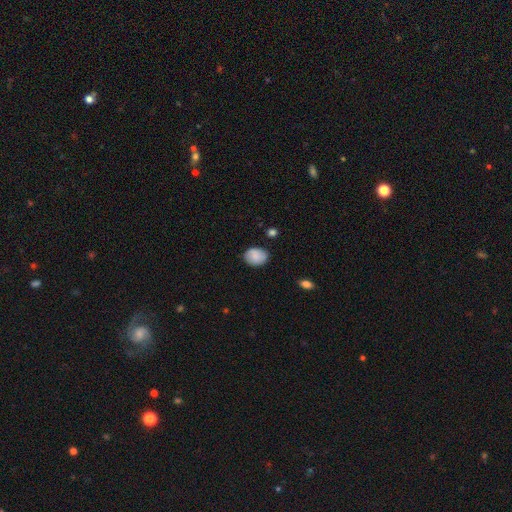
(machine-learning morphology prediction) This is clearly a smooth galaxy (85%). How rounded: possibly in between (57%). Merging: clearly none (81%).